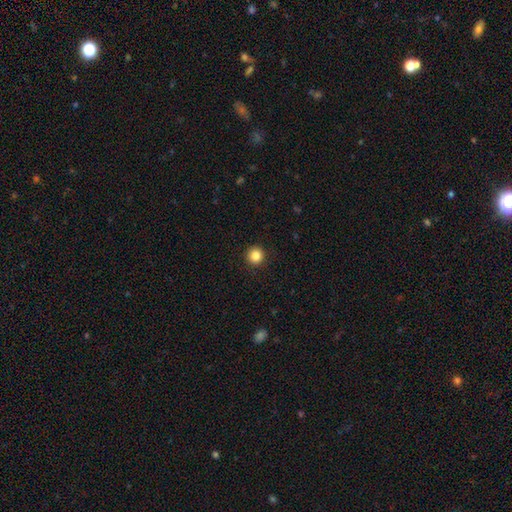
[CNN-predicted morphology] Smooth or featured? smooth (86%)
How rounded? round (95%)
Merging? none (93%)